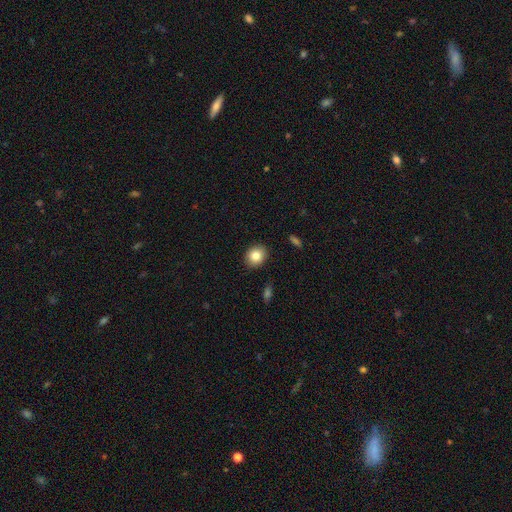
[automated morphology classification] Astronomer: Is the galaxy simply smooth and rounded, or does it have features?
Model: smooth — 83%.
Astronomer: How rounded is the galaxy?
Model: round — 63%.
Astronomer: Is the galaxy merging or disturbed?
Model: none — 90%.